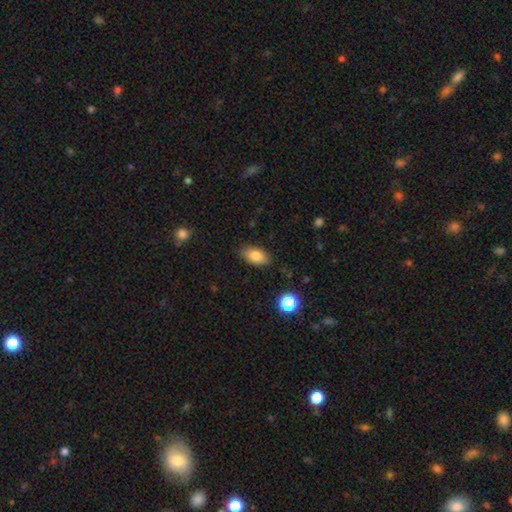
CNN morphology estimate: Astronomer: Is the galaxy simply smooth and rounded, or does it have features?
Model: smooth — 83%.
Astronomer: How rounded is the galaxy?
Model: in between — 91%.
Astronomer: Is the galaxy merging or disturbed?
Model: none — 86%.